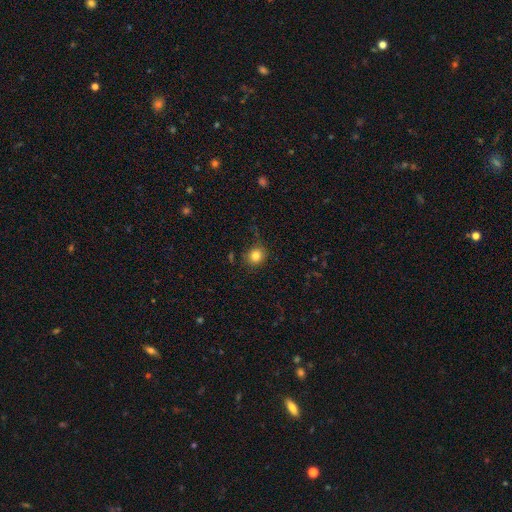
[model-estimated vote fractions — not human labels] A smooth galaxy with no disk features (81%) that is round (86%). Merging: none (78%).